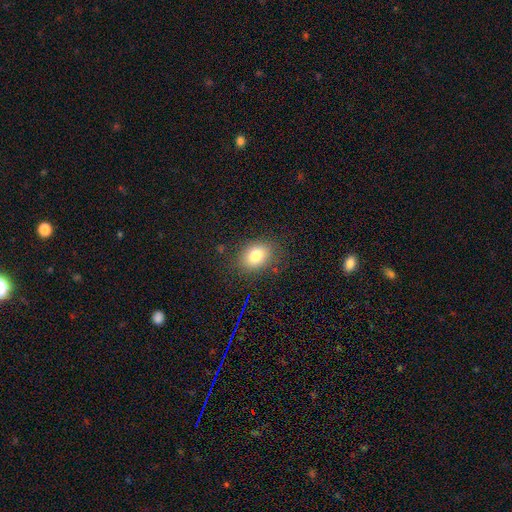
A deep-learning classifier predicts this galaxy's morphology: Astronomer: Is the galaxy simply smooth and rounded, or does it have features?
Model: smooth — 80%.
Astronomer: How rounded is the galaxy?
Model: in between — 68%.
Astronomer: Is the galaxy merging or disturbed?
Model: none — 82%.